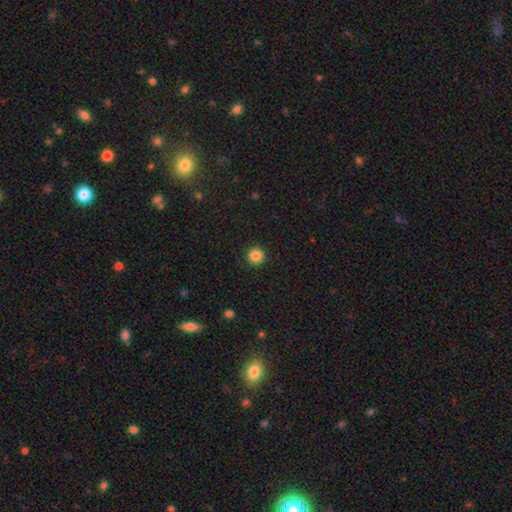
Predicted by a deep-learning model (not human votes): smooth 86%, star or artifact 11%, featured or disk 3%. Down the decision tree: how rounded — round (96%); merging — none (93%).